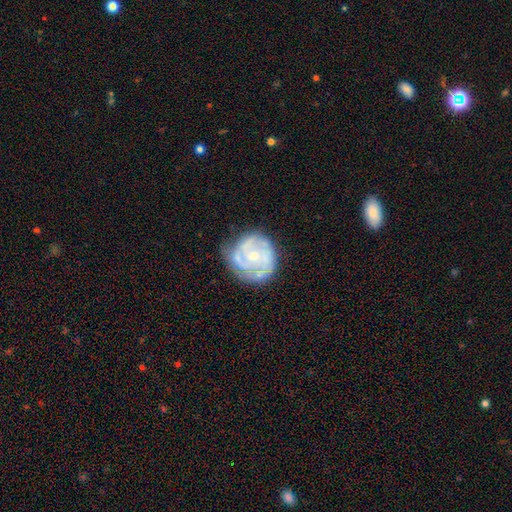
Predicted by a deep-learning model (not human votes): Smooth or featured: featured or disk — 75% (smooth — 19%)
Edge-on disk: no — 98% (yes — 2%)
Bar: no — 75% (weak — 21%)
Spiral arms: yes — 78% (no — 22%)
Spiral winding: tight — 61% (medium — 29%)
Spiral arm count: can't tell — 37% (2 — 26%)
Bulge size: small — 57% (moderate — 37%)
Merging: none — 62% (minor disturbance — 25%)